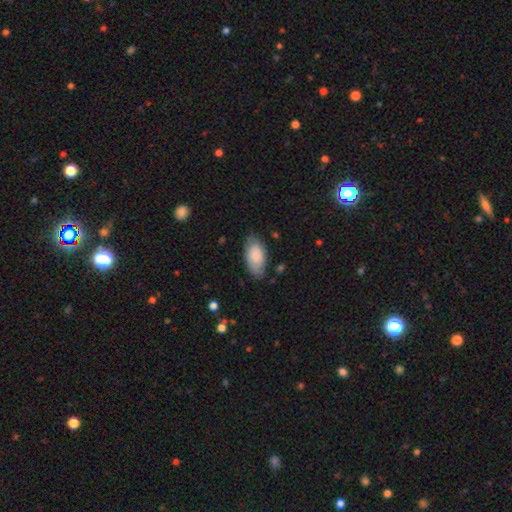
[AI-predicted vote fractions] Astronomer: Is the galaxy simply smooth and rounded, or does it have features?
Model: smooth — 83%.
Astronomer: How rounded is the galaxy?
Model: in between — 93%.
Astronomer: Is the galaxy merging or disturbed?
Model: none — 75%.